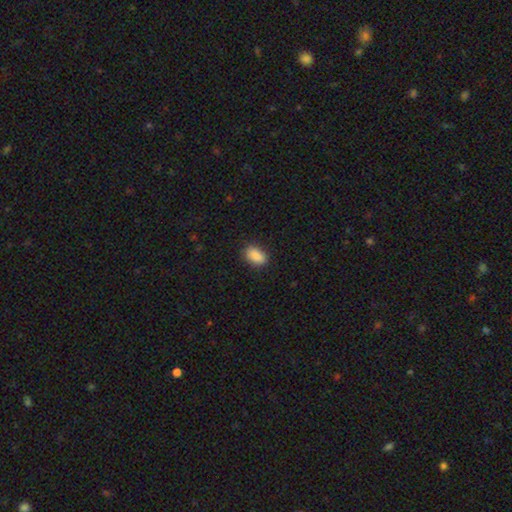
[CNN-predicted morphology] Q: Smooth or featured?
A: smooth (89%); runner-up: star or artifact (7%)
Q: How rounded?
A: in between (90%); runner-up: round (8%)
Q: Merging?
A: none (84%); runner-up: minor disturbance (12%)